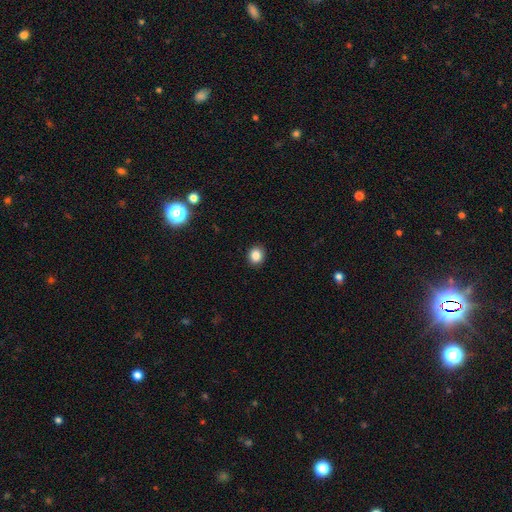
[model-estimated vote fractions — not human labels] Smooth or featured?
  - smooth: 86% *
  - star or artifact: 10%
  - featured or disk: 4%
How rounded?
  - round: 79% *
  - in between: 20%
  - cigar-shaped: 1%
Merging?
  - none: 92% *
  - minor disturbance: 6%
  - major disturbance: 2%
  - merger: 1%